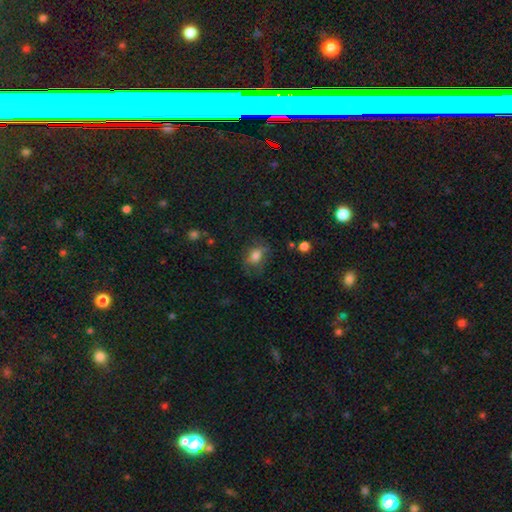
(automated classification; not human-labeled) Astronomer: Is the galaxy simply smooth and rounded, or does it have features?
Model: smooth — 69%.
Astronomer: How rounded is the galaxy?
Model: in between — 62%.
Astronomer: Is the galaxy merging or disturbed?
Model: none — 59%.